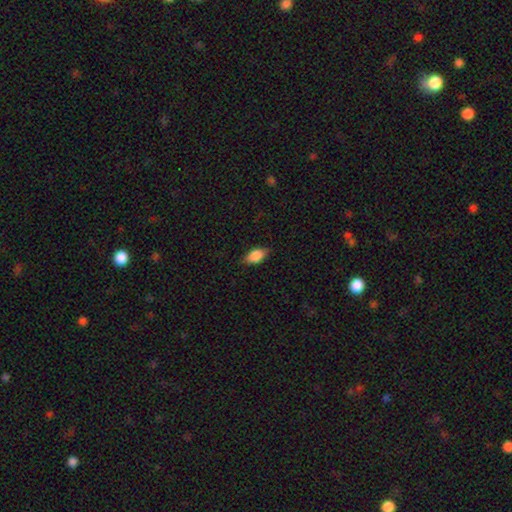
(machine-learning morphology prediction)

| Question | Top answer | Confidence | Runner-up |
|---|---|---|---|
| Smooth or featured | smooth | 83% | featured or disk (10%) |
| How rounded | in between | 89% | cigar-shaped (6%) |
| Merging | none | 80% | minor disturbance (16%) |